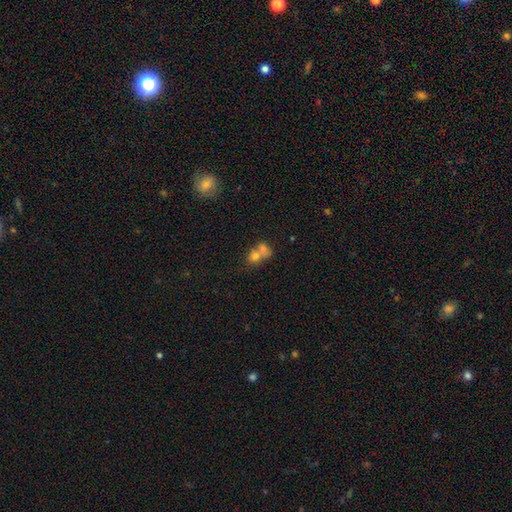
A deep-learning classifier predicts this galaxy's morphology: This is likely a smooth galaxy (71%). How rounded: possibly round (59%). Merging: likely merger (66%).